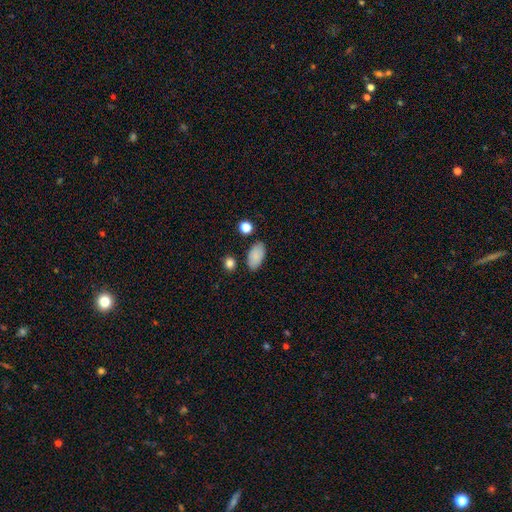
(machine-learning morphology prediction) Smooth or featured? smooth (87%)
How rounded? in between (94%)
Merging? none (81%)